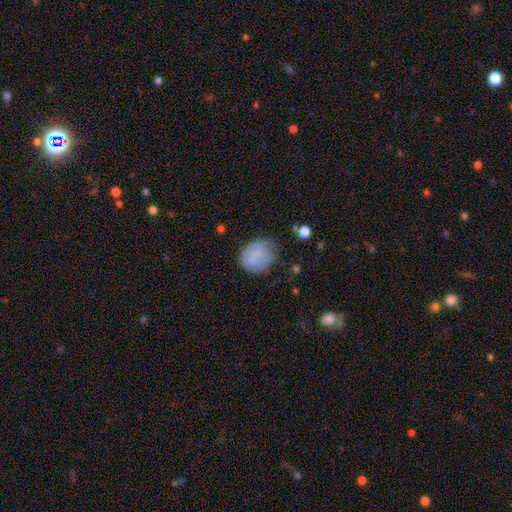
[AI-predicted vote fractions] Q: Smooth or featured?
A: smooth (79%); runner-up: featured or disk (13%)
Q: How rounded?
A: round (67%); runner-up: in between (32%)
Q: Merging?
A: none (58%); runner-up: minor disturbance (28%)